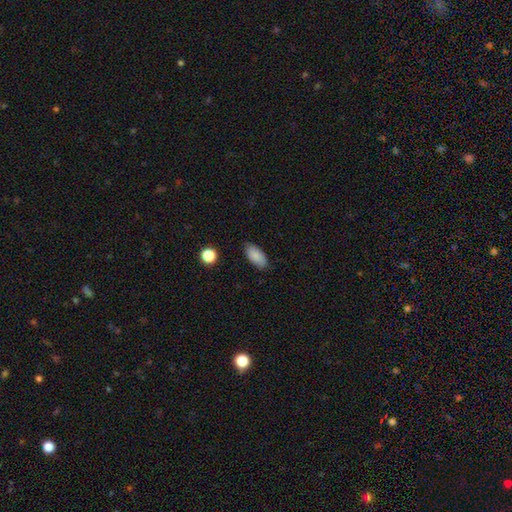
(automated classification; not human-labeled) This appears to be a smooth galaxy with no disk features (87%) that is in between round and cigar-shaped (91%). Merging: none (84%).